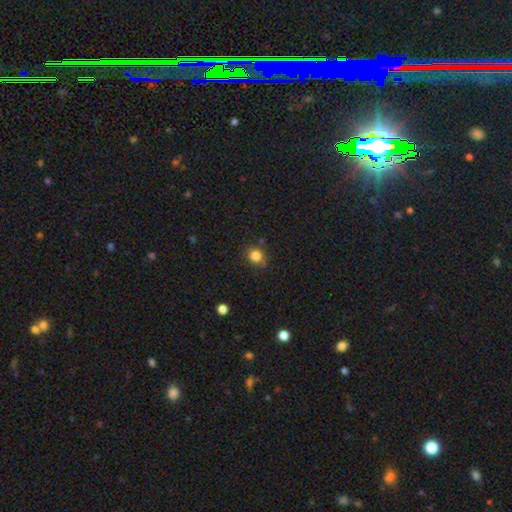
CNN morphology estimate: smooth 83%, star or artifact 12%, featured or disk 5%. Down the decision tree: how rounded — round (78%); merging — none (74%).